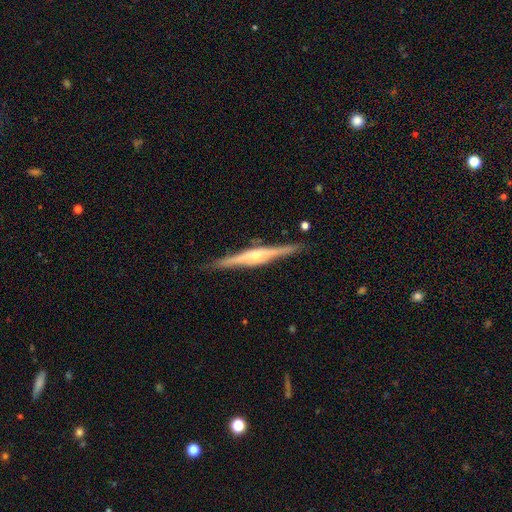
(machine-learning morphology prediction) Q: Smooth or featured?
A: featured or disk (84%); runner-up: smooth (11%)
Q: Edge-on disk?
A: yes (98%); runner-up: no (2%)
Q: Edge-on bulge?
A: rounded (78%); runner-up: boxy (17%)
Q: Merging?
A: none (89%); runner-up: minor disturbance (8%)